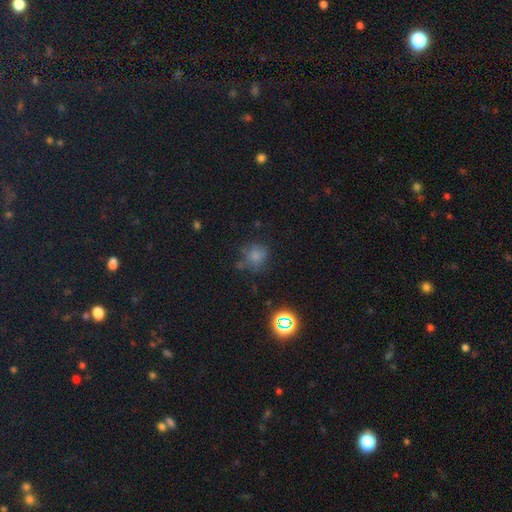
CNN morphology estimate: Smooth or featured: smooth — 70% (star or artifact — 18%)
How rounded: round — 82% (in between — 17%)
Merging: none — 59% (minor disturbance — 23%)